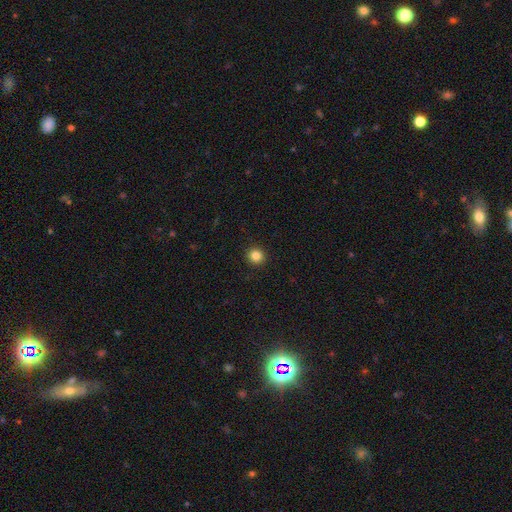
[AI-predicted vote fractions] Smooth or featured? Predicted: smooth (p=0.85). How rounded? Predicted: round (p=0.92). Merging? Predicted: none (p=0.93).